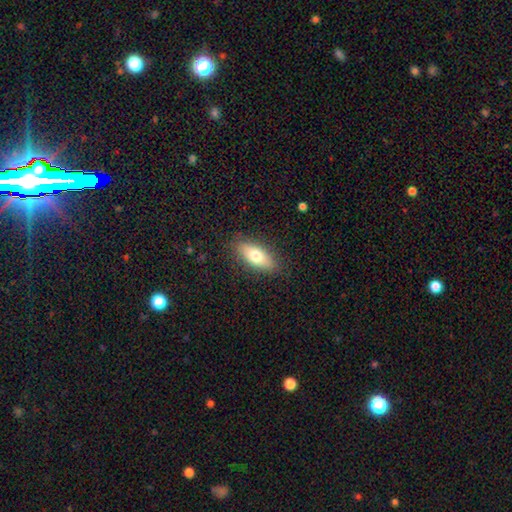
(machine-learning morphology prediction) This appears to be a smooth galaxy with no disk features (70%) that is in between round and cigar-shaped (73%). Merging: none (86%).